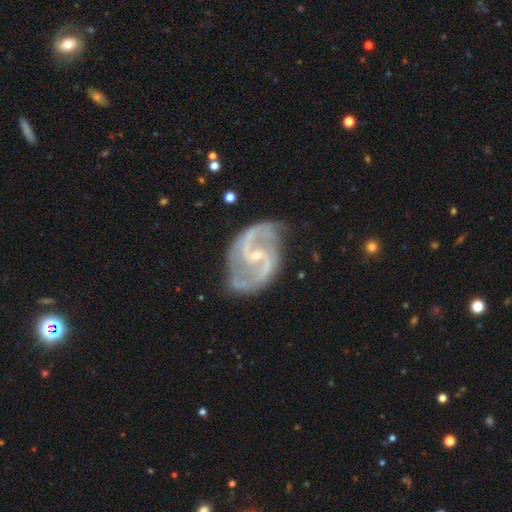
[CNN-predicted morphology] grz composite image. It shows a featured or disk galaxy (92%) with a weak bar (43%), 2 (90%) medium (59%) spiral arms (98%) and a small central bulge (79%). Merging: none (71%).